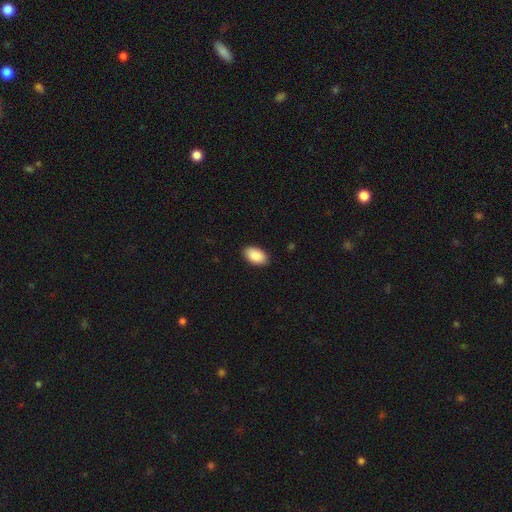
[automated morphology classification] Overall: smooth (90%). How rounded: in between (95%). Merging: none (89%).